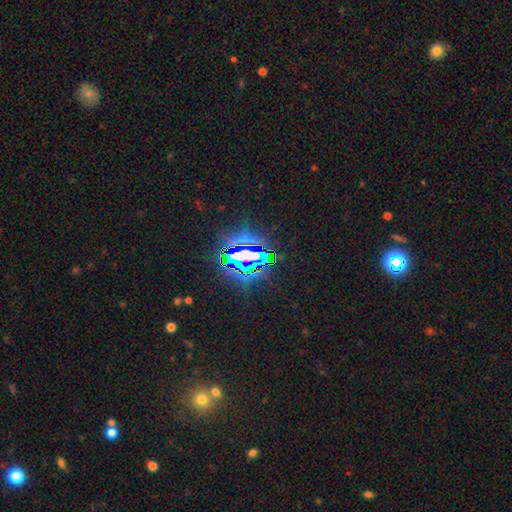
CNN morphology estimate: type=star or artifact (78%).